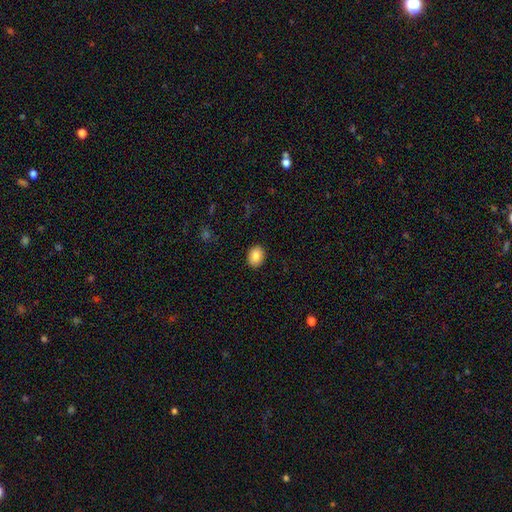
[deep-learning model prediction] Overall: smooth (85%). How rounded: in between (61%; round 39%). Merging: none (90%).